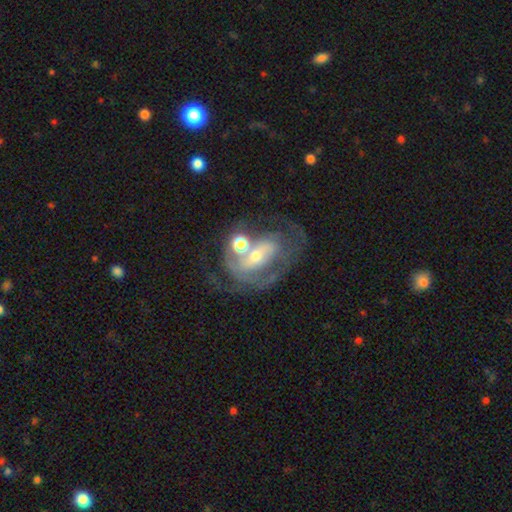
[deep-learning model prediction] This appears to be a featured or disk galaxy (73%) with no bar (42%), spiral arms (70%) and a moderate central bulge (49%). Merging: none (33%).